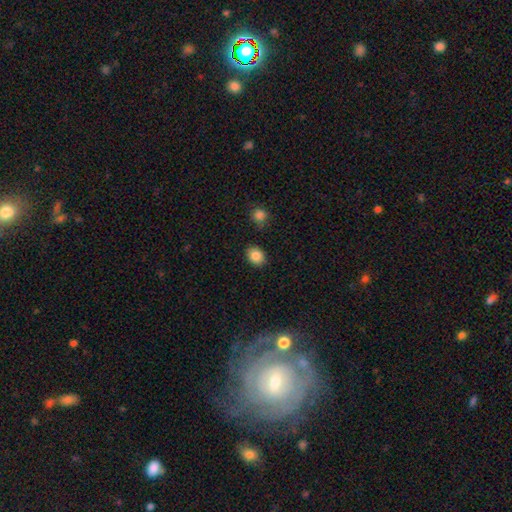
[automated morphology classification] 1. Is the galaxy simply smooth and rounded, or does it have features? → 86% smooth, 9% star or artifact, 5% featured or disk.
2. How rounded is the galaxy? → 52% round, 47% in between, 1% cigar-shaped.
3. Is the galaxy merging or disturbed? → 86% none, 9% minor disturbance, 2% merger, 2% major disturbance.